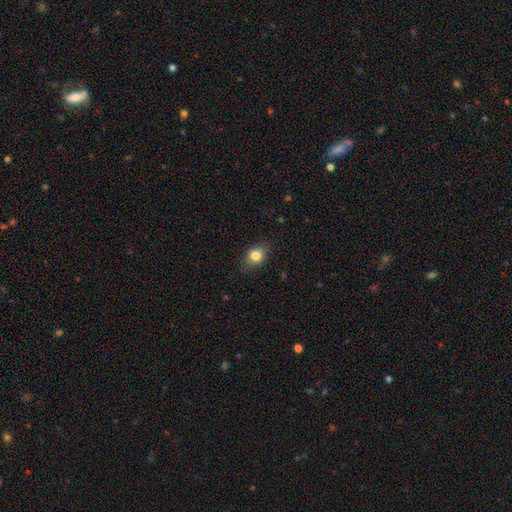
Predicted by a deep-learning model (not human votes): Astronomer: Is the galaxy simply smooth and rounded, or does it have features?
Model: smooth — 81%.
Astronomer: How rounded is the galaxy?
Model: in between — 58% (runner-up: round, 41%).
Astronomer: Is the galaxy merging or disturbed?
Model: none — 82%.